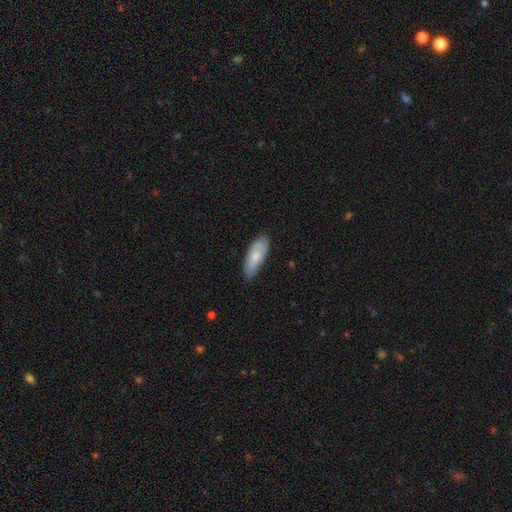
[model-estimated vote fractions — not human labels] Smooth or featured: smooth — 79% (featured or disk — 16%)
How rounded: in between — 70% (cigar-shaped — 28%)
Merging: none — 80% (minor disturbance — 16%)